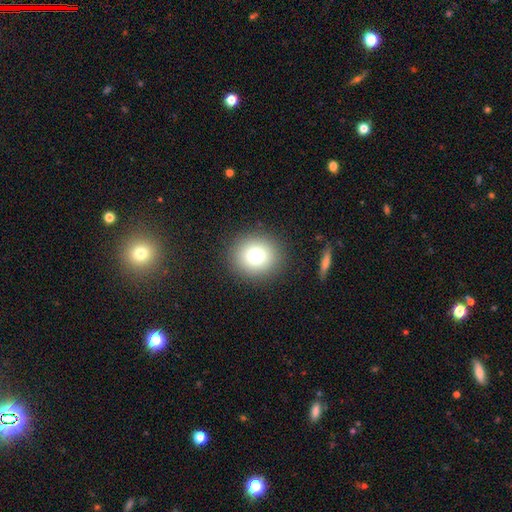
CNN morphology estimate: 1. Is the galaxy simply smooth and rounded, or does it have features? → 76% smooth, 13% star or artifact, 11% featured or disk.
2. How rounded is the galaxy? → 86% round, 13% in between, 1% cigar-shaped.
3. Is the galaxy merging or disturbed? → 89% none, 7% minor disturbance, 3% major disturbance, 1% merger.